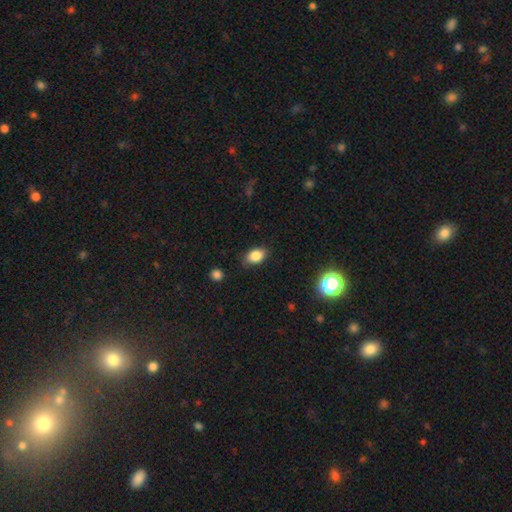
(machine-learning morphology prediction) type=smooth (84%); roundness=in between (83%); merging=none (81%).